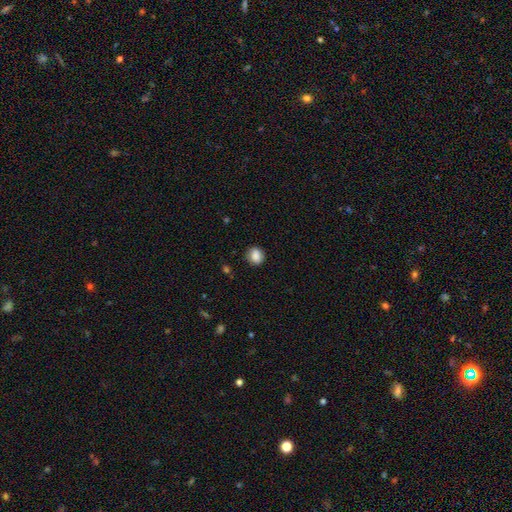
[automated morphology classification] This appears to be a smooth galaxy with no disk features (85%) that is round (66%). Merging: none (84%).